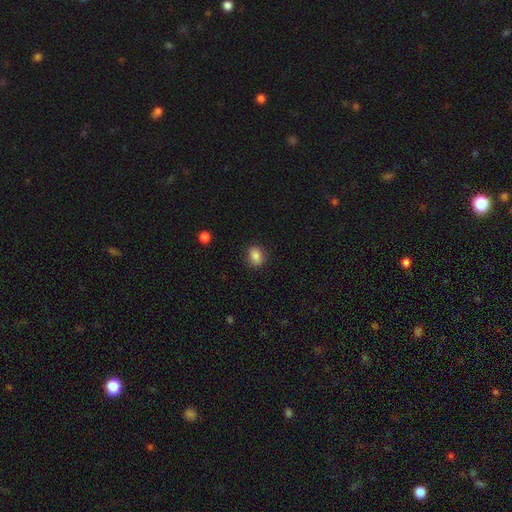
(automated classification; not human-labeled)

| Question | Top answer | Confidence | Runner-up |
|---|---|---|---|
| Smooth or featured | smooth | 87% | star or artifact (9%) |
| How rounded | in between | 59% | round (40%) |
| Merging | none | 86% | minor disturbance (10%) |